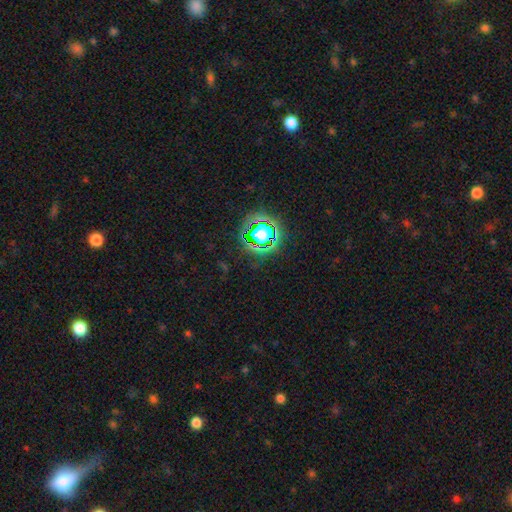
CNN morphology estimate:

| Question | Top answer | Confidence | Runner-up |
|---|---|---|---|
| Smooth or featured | star or artifact | 79% | smooth (14%) |